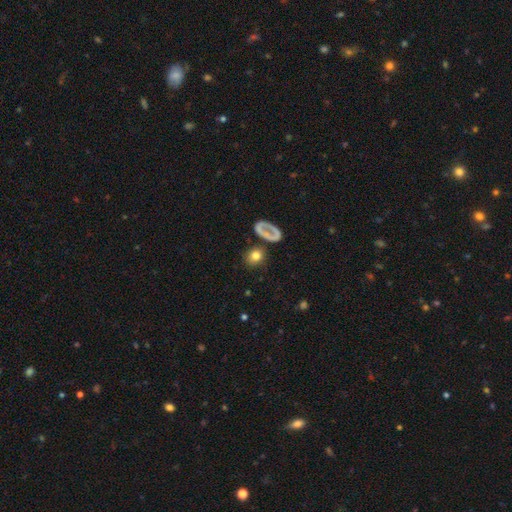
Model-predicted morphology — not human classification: Overall: smooth (73%). How rounded: round (71%). Merging: none (77%).